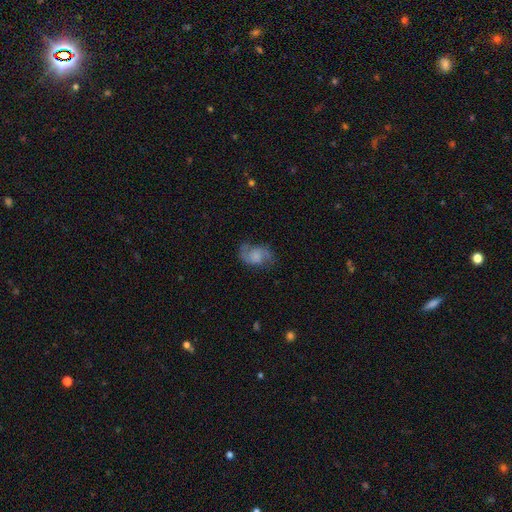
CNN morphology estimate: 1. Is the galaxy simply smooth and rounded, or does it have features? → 62% featured or disk, 30% smooth, 9% star or artifact.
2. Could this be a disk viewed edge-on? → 97% no, 3% yes.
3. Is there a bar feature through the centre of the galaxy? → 63% no, 31% weak, 6% strong.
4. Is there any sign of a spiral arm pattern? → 90% yes, 10% no.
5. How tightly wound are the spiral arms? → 45% loose, 42% medium, 13% tight.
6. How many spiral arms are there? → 88% 2, 5% can't tell, 4% 1, 1% 3, 1% 4, 1% more than 4.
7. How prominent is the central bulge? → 43% none, 22% small, 19% moderate, 13% large, 3% dominant.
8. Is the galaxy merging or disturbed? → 66% none, 21% minor disturbance, 12% major disturbance, 2% merger.